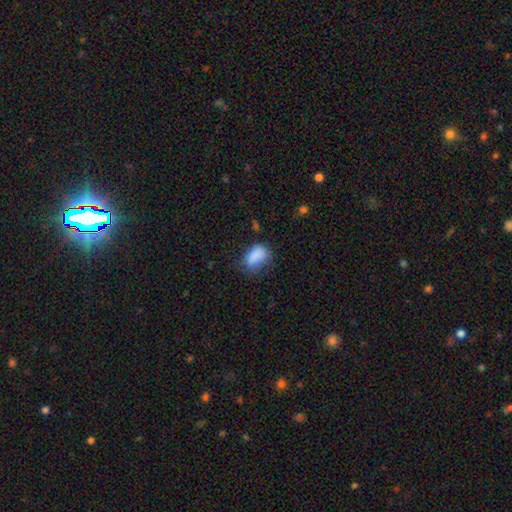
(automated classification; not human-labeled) This is clearly a smooth galaxy (83%). How rounded: clearly in between (85%). Merging: possibly none (47%).